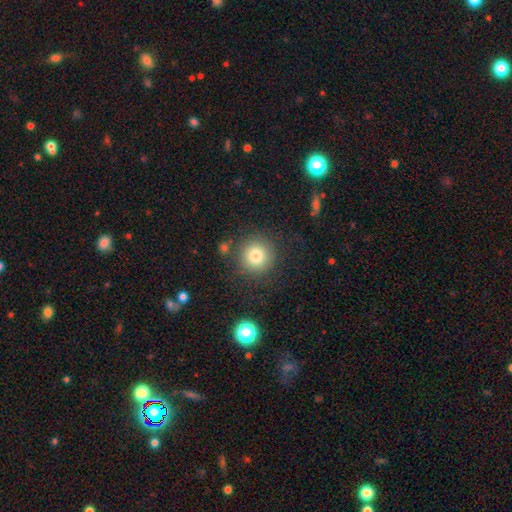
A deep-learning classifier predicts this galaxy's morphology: This appears to be a smooth galaxy with no disk features (80%) that is round (93%). Merging: none (84%).